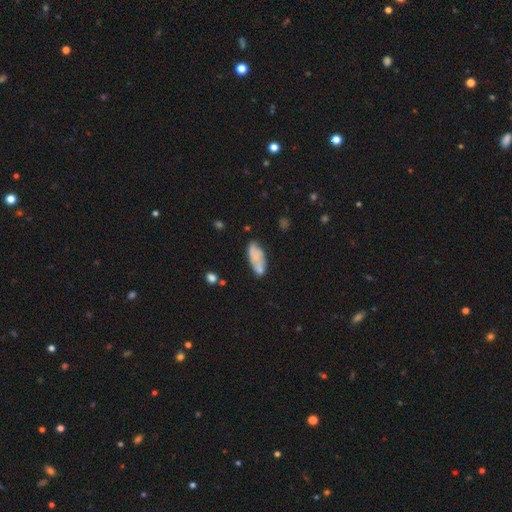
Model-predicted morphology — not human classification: Q: Smooth or featured?
A: smooth (56%); runner-up: featured or disk (36%)
Q: How rounded?
A: in between (80%); runner-up: cigar-shaped (17%)
Q: Merging?
A: none (53%); runner-up: minor disturbance (25%)